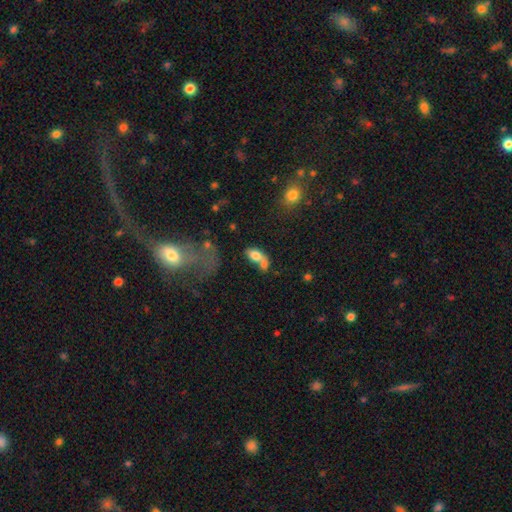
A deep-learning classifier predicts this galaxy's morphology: This is likely a smooth galaxy (73%). How rounded: clearly in between (83%). Merging: possibly merger (59%).